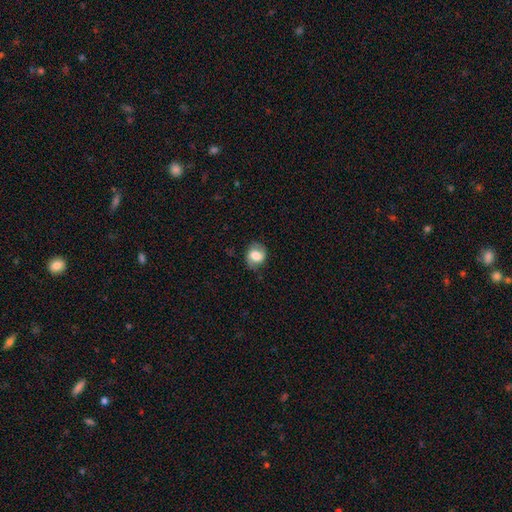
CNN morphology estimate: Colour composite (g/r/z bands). It shows a smooth galaxy with no disk features (57%) that is round (55%). Merging: none (75%).